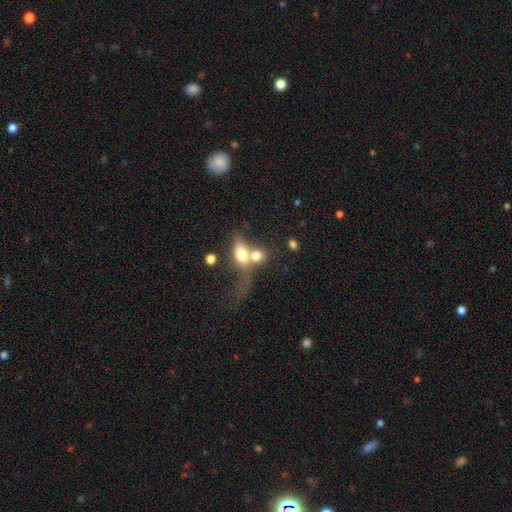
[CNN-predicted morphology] A smooth galaxy with no disk features (69%) that is in between round and cigar-shaped (62%).

Vote fractions:
- Smooth or featured? smooth: 69% / featured or disk: 21% / star or artifact: 9%
- How rounded? in between: 62% / round: 30% / cigar-shaped: 8%
- Merging? merger: 67% / none: 15% / major disturbance: 10% / minor disturbance: 7%